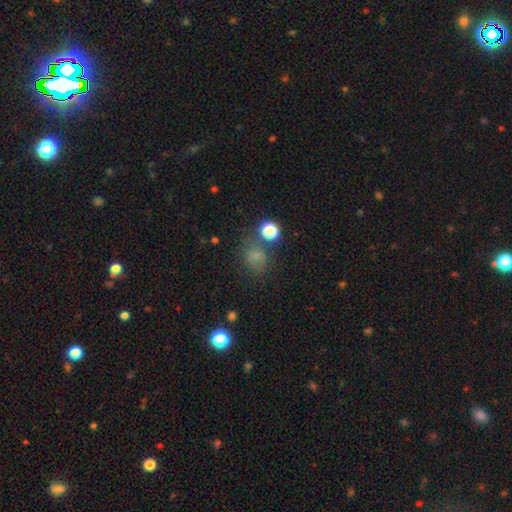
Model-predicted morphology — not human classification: smooth_or_featured: smooth (p=0.68) [alt: star or artifact p=0.22]
how_rounded: round (p=0.59) [alt: in between p=0.40]
merging: none (p=0.64) [alt: minor disturbance p=0.18]